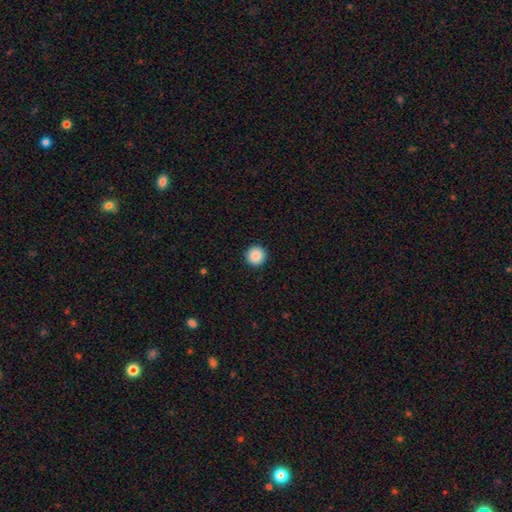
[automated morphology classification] smooth 88%, star or artifact 9%, featured or disk 3%. Down the decision tree: how rounded — round (96%); merging — none (94%).